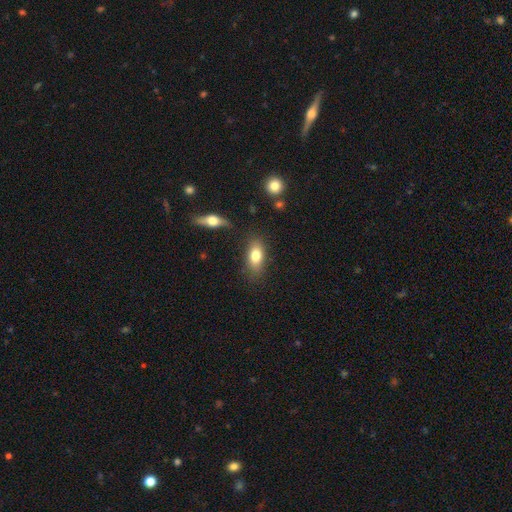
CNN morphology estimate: Q: Smooth or featured?
A: smooth (76%); runner-up: featured or disk (16%)
Q: How rounded?
A: in between (83%); runner-up: cigar-shaped (10%)
Q: Merging?
A: none (80%); runner-up: minor disturbance (13%)